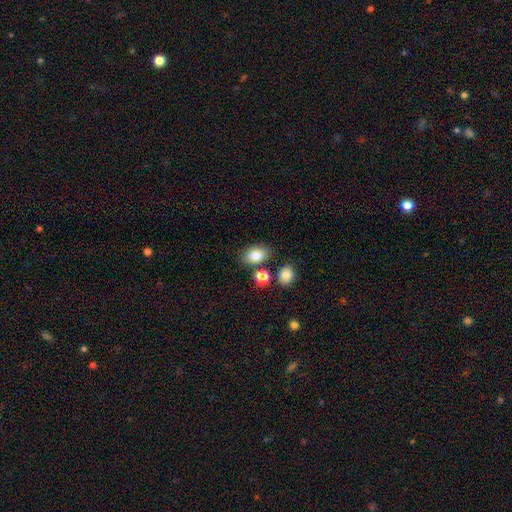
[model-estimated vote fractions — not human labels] Morphology: type=smooth (82%); roundness=in between (79%); merging=none (75%).